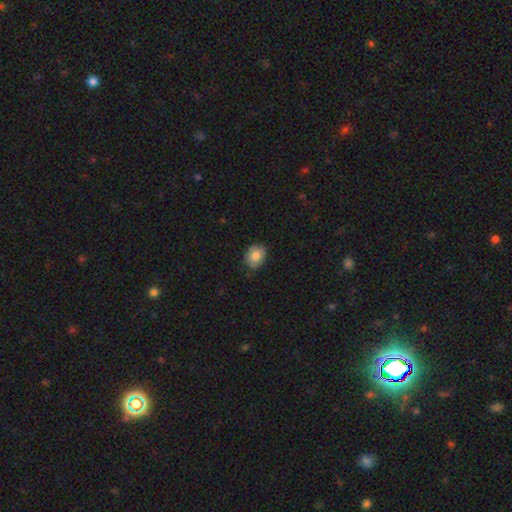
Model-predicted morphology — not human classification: The model was most divided on "how rounded": in between: 55%, round: 44%, cigar-shaped: 1%. More confident: smooth or featured — smooth (81%); merging — none (80%).